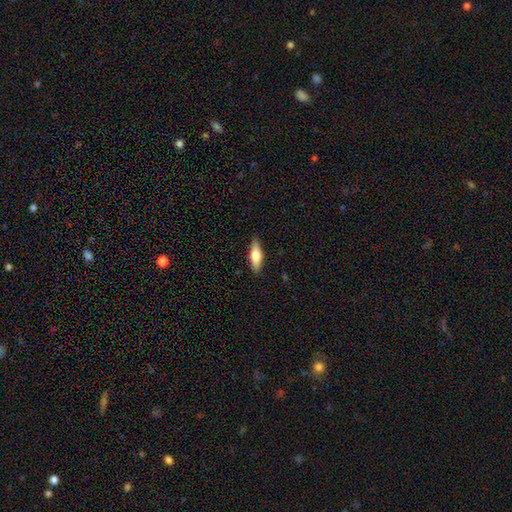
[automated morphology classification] The model was most divided on "how rounded": in between: 51%, cigar-shaped: 47%, round: 2%. More confident: merging — none (88%); smooth or featured — smooth (63%).